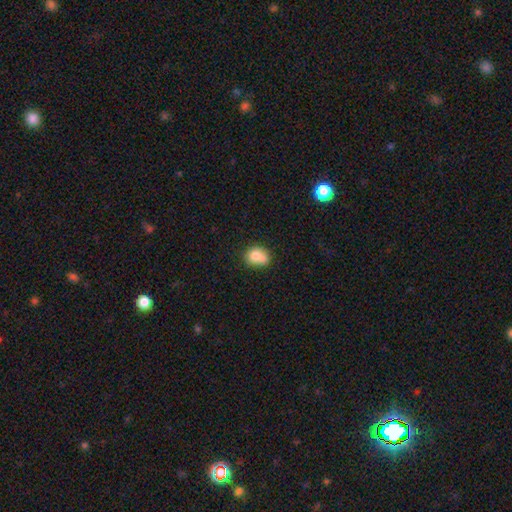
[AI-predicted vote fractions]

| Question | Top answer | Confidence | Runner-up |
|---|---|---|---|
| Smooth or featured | smooth | 76% | featured or disk (14%) |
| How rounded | round | 56% | in between (43%) |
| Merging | none | 42% | merger (34%) |